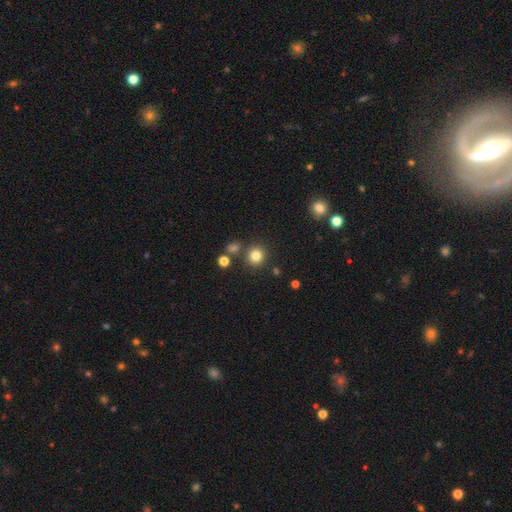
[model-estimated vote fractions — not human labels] The model was most divided on "smooth or featured": smooth: 81%, star or artifact: 13%, featured or disk: 6%. More confident: how rounded — round (92%); merging — none (83%).